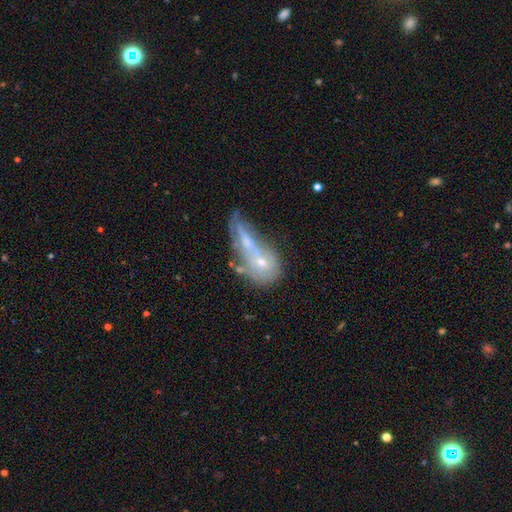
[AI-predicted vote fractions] This is possibly a featured or disk galaxy (53%). It is clearly not viewed edge-on (82%). Merging: possibly merger (49%).